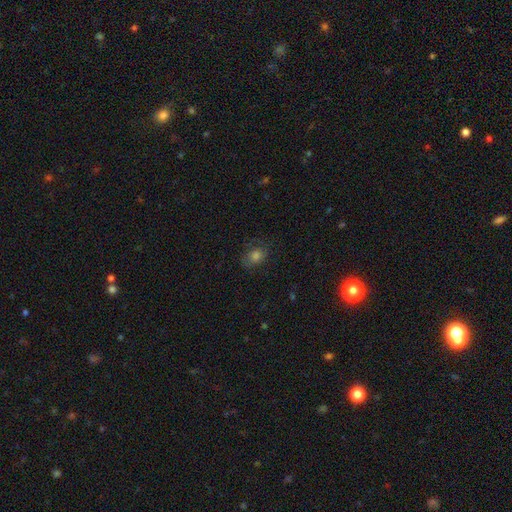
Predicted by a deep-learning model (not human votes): The model was most divided on "how rounded": in between: 54%, round: 44%, cigar-shaped: 1%. More confident: merging — none (71%); smooth or featured — smooth (60%).